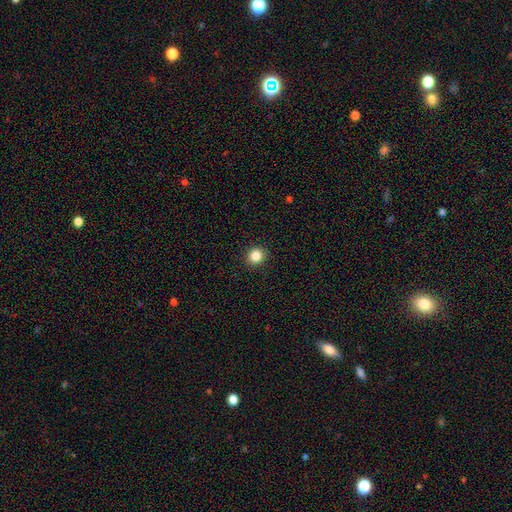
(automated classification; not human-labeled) This is clearly a smooth galaxy (84%). How rounded: clearly round (89%). Merging: clearly none (93%).